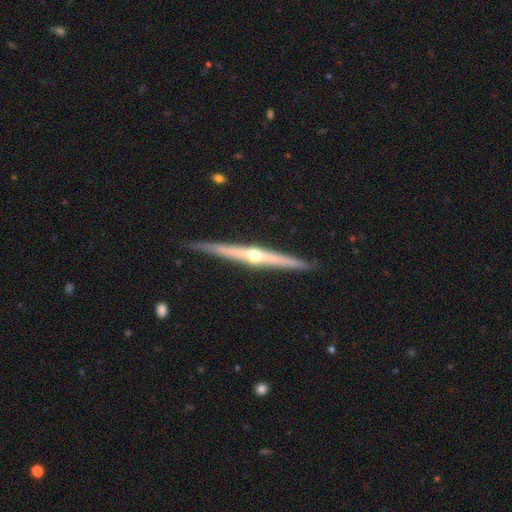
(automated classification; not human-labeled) A featured or disk galaxy (81%) viewed edge-on (98%) with a rounded central bulge (89%).

Vote fractions:
- Smooth or featured? featured or disk: 81% / smooth: 14% / star or artifact: 5%
- Edge-on disk? yes: 98% / no: 2%
- Edge-on bulge? rounded: 89% / none: 8% / boxy: 3%
- Merging? none: 90% / minor disturbance: 7% / major disturbance: 1% / merger: 1%